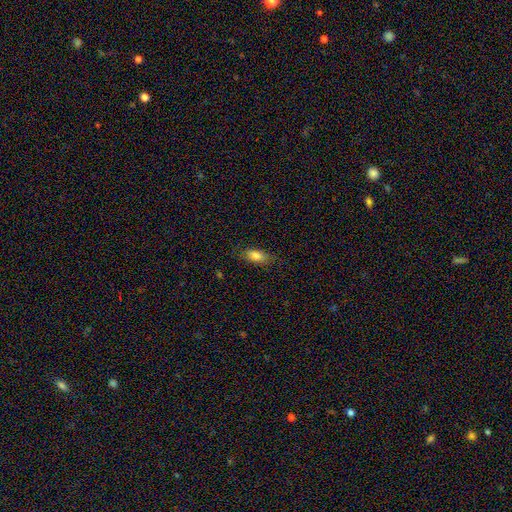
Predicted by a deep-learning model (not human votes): Smooth or featured: smooth — 82% (featured or disk — 10%)
How rounded: in between — 83% (cigar-shaped — 13%)
Merging: none — 81% (minor disturbance — 14%)